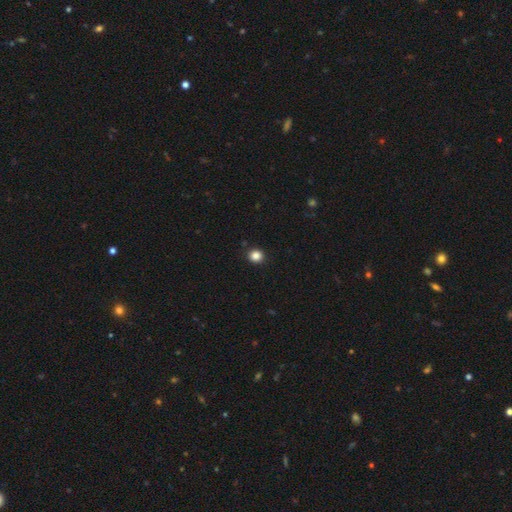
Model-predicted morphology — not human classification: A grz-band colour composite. It shows a smooth galaxy with no disk features (85%) that is round (89%). Merging: none (92%).